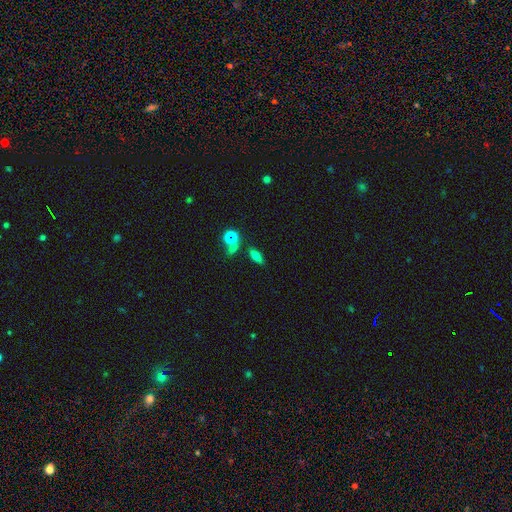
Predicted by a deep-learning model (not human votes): smooth_or_featured: smooth (p=0.64) [alt: star or artifact p=0.19]
how_rounded: in between (p=0.62) [alt: cigar-shaped p=0.29]
merging: none (p=0.72) [alt: minor disturbance p=0.13]